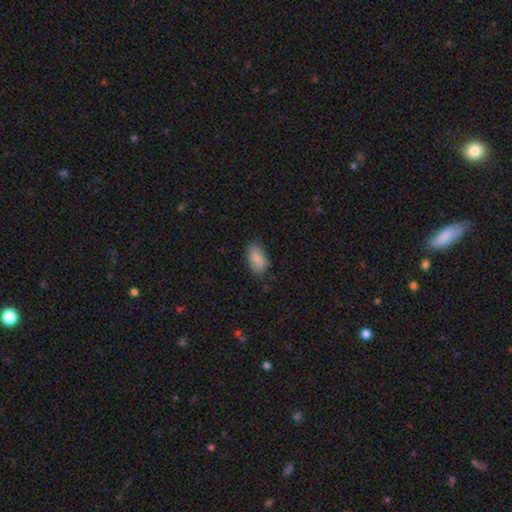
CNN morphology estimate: Overall: smooth (85%). How rounded: in between (92%). Merging: none (77%).